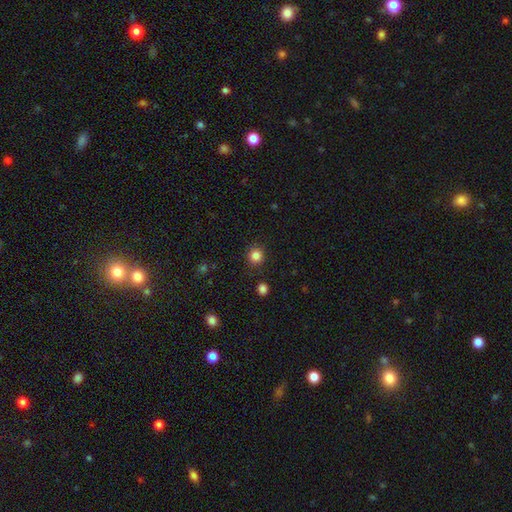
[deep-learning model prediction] Smooth or featured? smooth (84%)
How rounded? round (90%)
Merging? none (89%)